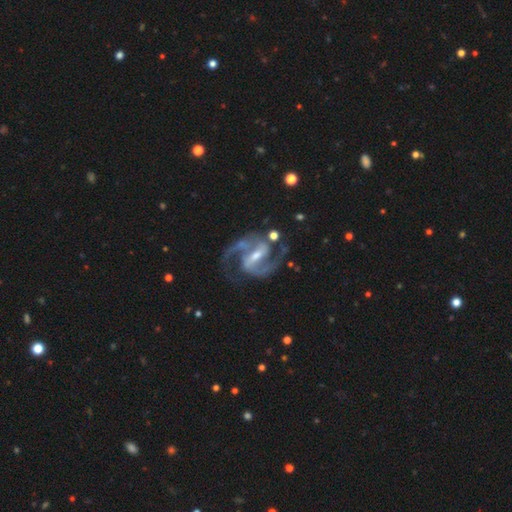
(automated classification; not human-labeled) Smooth or featured: featured or disk — 94% (star or artifact — 4%)
Edge-on disk: no — 98% (yes — 2%)
Bar: strong — 60% (weak — 33%)
Spiral arms: yes — 99% (no — 1%)
Spiral winding: medium — 67% (tight — 19%)
Spiral arm count: 2 — 94% (3 — 2%)
Bulge size: small — 52% (moderate — 41%)
Merging: none — 78% (minor disturbance — 13%)